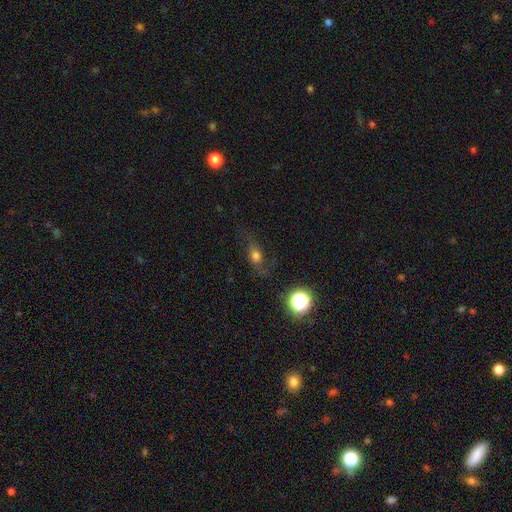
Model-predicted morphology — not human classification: A smooth galaxy with no disk features (55%) that is in between round and cigar-shaped (62%). Merging: none (58%).